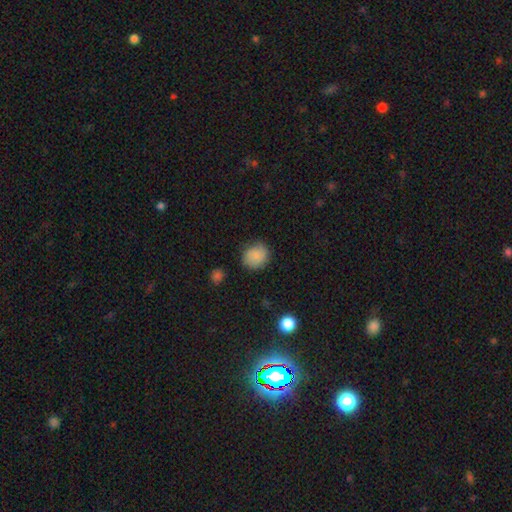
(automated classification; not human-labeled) smooth_or_featured: smooth (p=0.84) [alt: star or artifact p=0.09]
how_rounded: round (p=0.73) [alt: in between p=0.26]
merging: none (p=0.81) [alt: minor disturbance p=0.14]